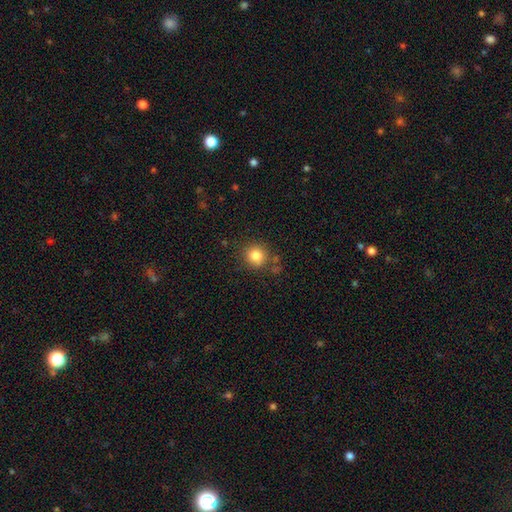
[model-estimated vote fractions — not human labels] smooth_or_featured: smooth (p=0.83) [alt: star or artifact p=0.11]
how_rounded: round (p=0.88) [alt: in between p=0.11]
merging: none (p=0.79) [alt: minor disturbance p=0.12]